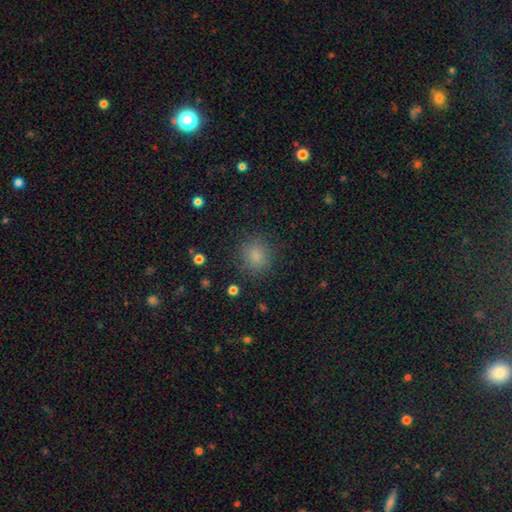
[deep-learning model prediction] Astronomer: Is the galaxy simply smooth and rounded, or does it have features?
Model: smooth — 82%.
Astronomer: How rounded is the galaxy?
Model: round — 85%.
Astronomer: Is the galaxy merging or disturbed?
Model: none — 86%.